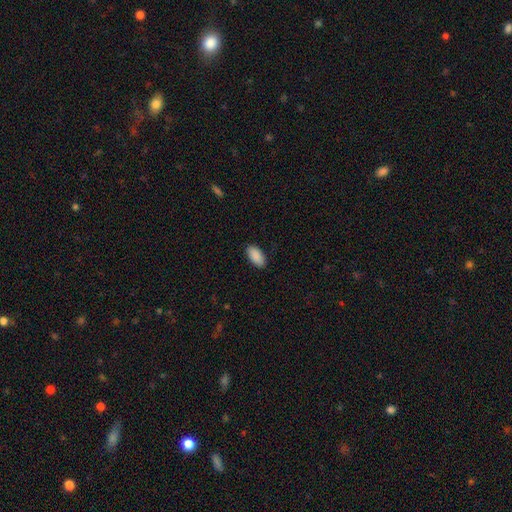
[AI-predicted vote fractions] Q: Smooth or featured?
A: smooth (91%); runner-up: star or artifact (6%)
Q: How rounded?
A: in between (94%); runner-up: cigar-shaped (4%)
Q: Merging?
A: none (88%); runner-up: minor disturbance (9%)